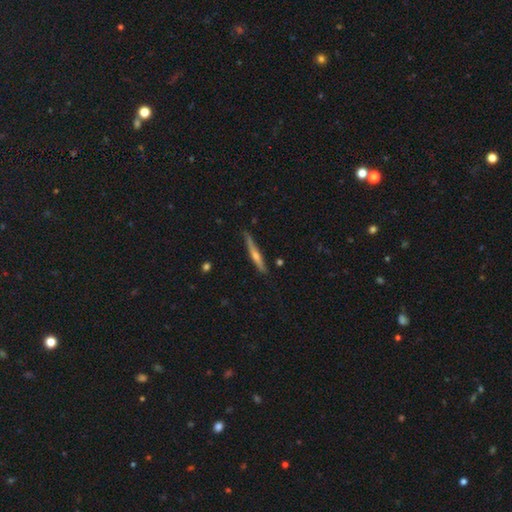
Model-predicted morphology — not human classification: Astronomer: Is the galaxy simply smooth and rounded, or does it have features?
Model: featured or disk — 60%.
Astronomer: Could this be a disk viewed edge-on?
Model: yes — 97%.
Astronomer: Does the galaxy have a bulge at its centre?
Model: rounded — 73%.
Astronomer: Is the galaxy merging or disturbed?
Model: none — 81%.